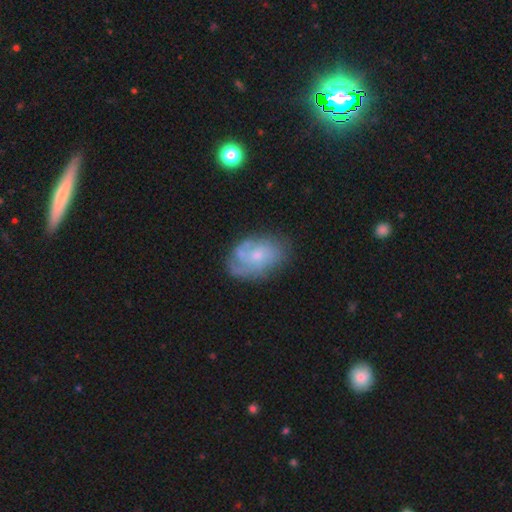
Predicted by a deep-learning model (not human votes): Overall: featured or disk (59%; smooth 33%). Edge-on disk: no (96%). Bar: no (80%). Spiral arms: yes (70%; no 30%). Bulge size: small (59%; moderate 32%). Merging: none (60%; minor disturbance 25%).